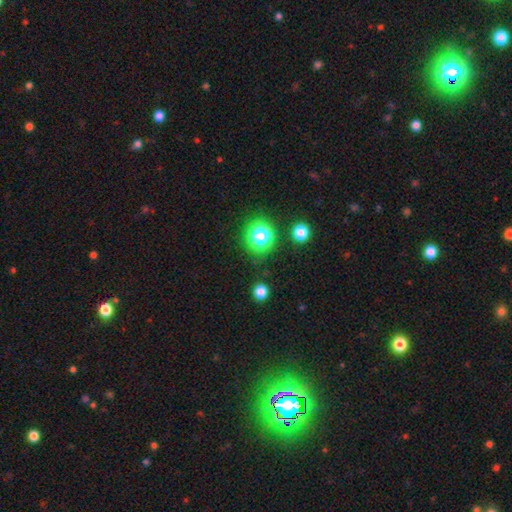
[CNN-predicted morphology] This appears to be a star or artifact, not a galaxy (61%).